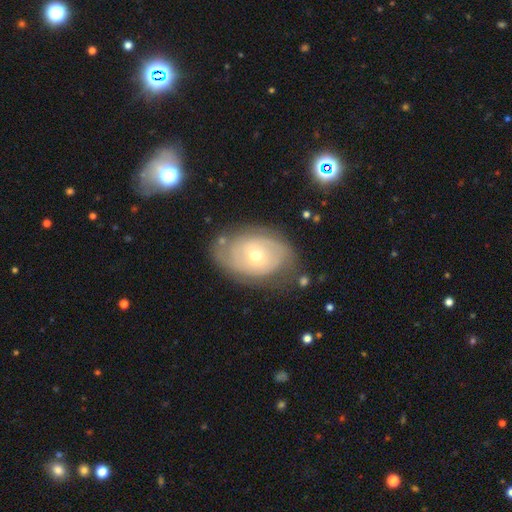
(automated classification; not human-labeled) This appears to be a featured or disk galaxy (71%) with no bar (74%), 2 (43%) tight (64%) spiral arms (79%) and a moderate central bulge (49%). Merging: none (68%).